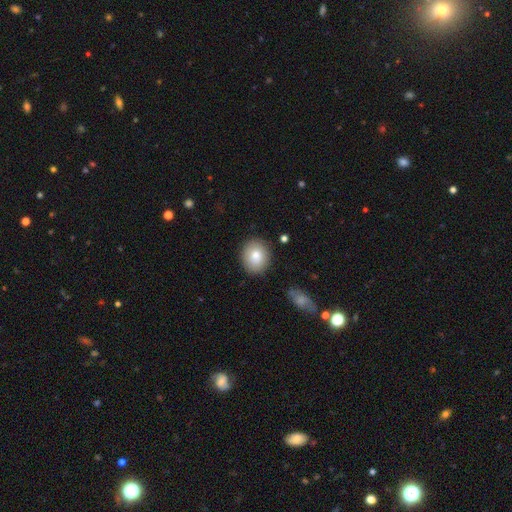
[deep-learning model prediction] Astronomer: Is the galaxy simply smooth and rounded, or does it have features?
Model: smooth — 81%.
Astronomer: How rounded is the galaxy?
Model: round — 62% (runner-up: in between, 37%).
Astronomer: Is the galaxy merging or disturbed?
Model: none — 86%.